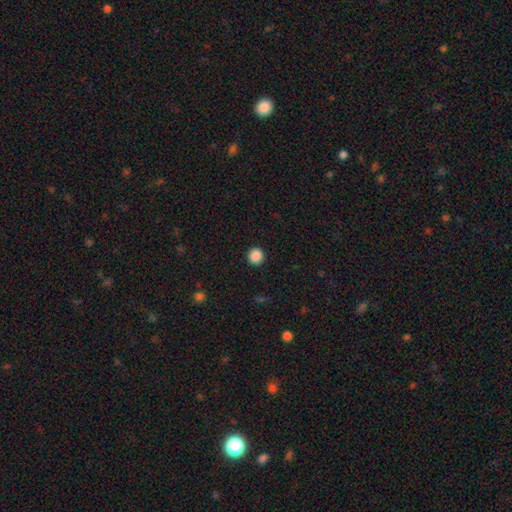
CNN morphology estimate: smooth_or_featured: smooth (p=0.88) [alt: star or artifact p=0.10]
how_rounded: round (p=0.93) [alt: in between p=0.06]
merging: none (p=0.92) [alt: minor disturbance p=0.05]